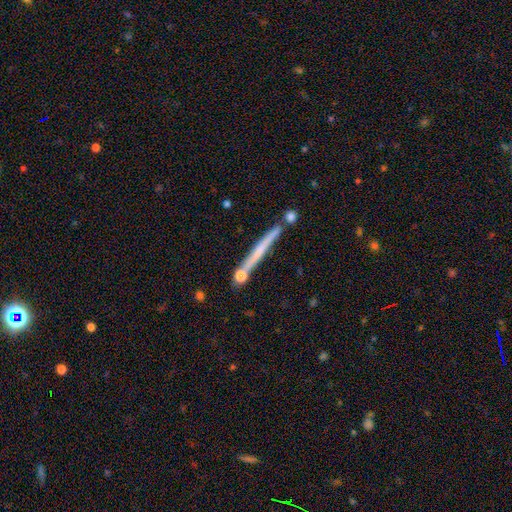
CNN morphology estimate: The model was most divided on "smooth or featured": featured or disk: 49%, smooth: 44%, star or artifact: 7%. More confident: merging — none (82%).